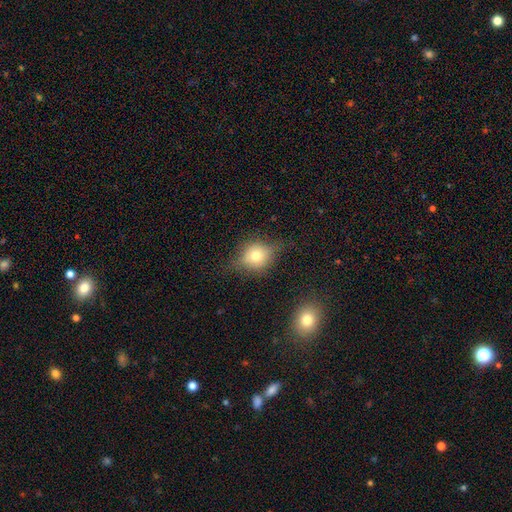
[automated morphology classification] type=smooth (56%); roundness=round (71%); merging=none (69%).